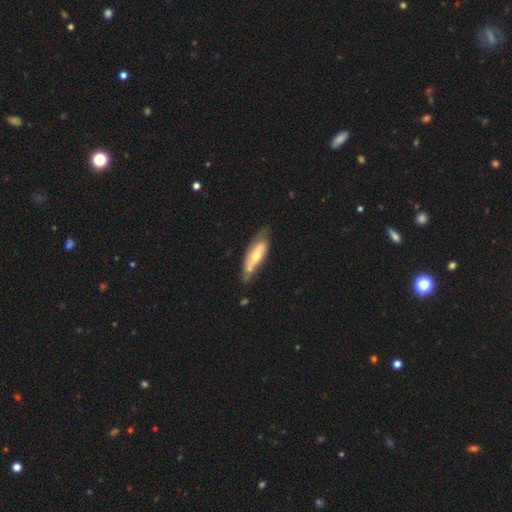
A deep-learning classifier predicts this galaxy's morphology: This appears to be a featured or disk galaxy (53%). Merging: none (54%).